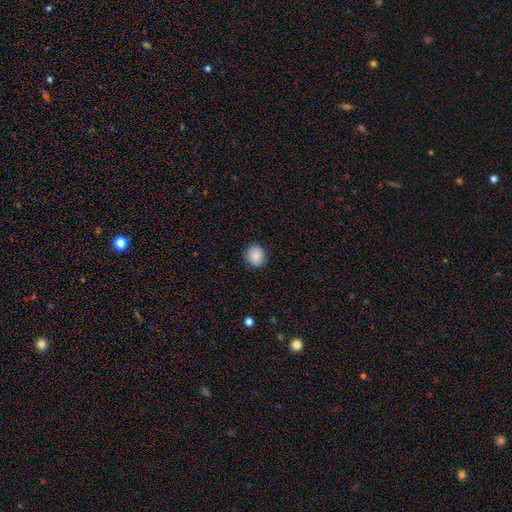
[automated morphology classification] Smooth or featured: smooth — 87% (star or artifact — 8%)
How rounded: round — 84% (in between — 15%)
Merging: none — 88% (minor disturbance — 9%)